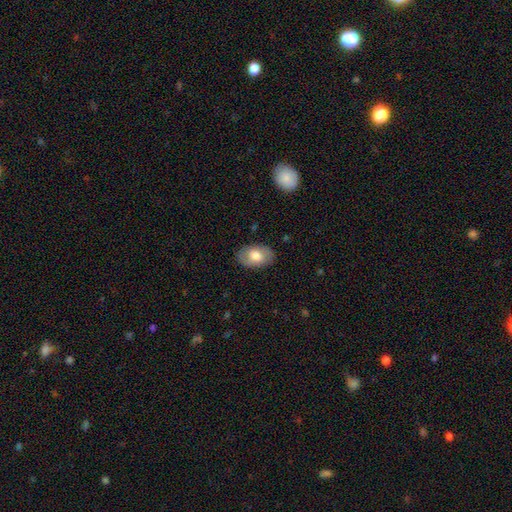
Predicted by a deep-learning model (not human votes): This is likely a smooth galaxy (68%). How rounded: clearly in between (88%). Merging: clearly none (84%).